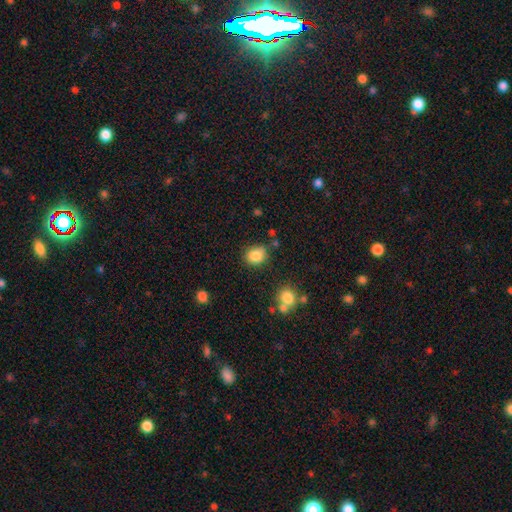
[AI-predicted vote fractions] This is clearly a smooth galaxy (85%). How rounded: likely round (62%). Merging: likely none (75%).